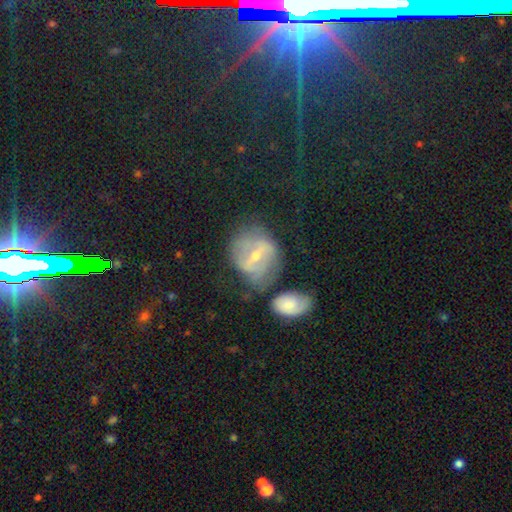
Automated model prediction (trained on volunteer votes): Smooth or featured?
  - featured or disk: 68% *
  - smooth: 23%
  - star or artifact: 9%
Edge-on disk?
  - no: 94% *
  - yes: 6%
Bar?
  - strong: 50% *
  - weak: 37%
  - no: 13%
Spiral arms?
  - yes: 67% *
  - no: 33%
Bulge size?
  - small: 52% *
  - moderate: 44%
  - large: 2%
  - none: 1%
  - dominant: 1%
Merging?
  - none: 50% *
  - minor disturbance: 23%
  - major disturbance: 15%
  - merger: 12%